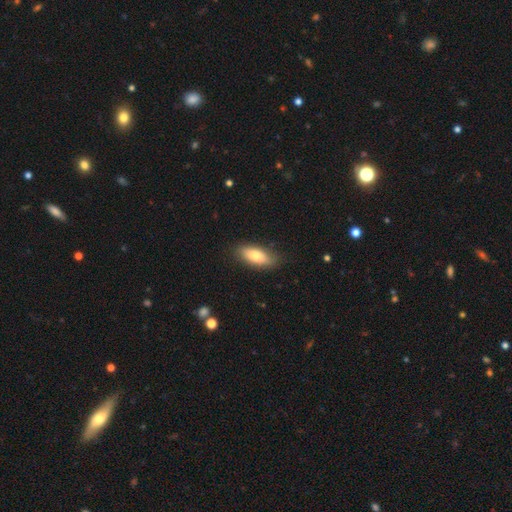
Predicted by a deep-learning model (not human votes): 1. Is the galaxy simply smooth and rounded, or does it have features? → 77% smooth, 17% featured or disk, 6% star or artifact.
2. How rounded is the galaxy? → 81% in between, 17% cigar-shaped, 3% round.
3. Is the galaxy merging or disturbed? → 82% none, 14% minor disturbance, 3% major disturbance, 1% merger.